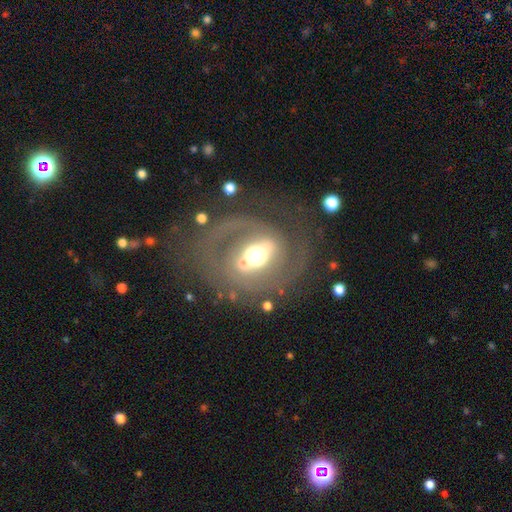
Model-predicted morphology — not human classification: This appears to be a featured or disk galaxy (74%) with a strong bar (53%), spiral arms (62%) and a moderate central bulge (49%). Merging: none (66%).